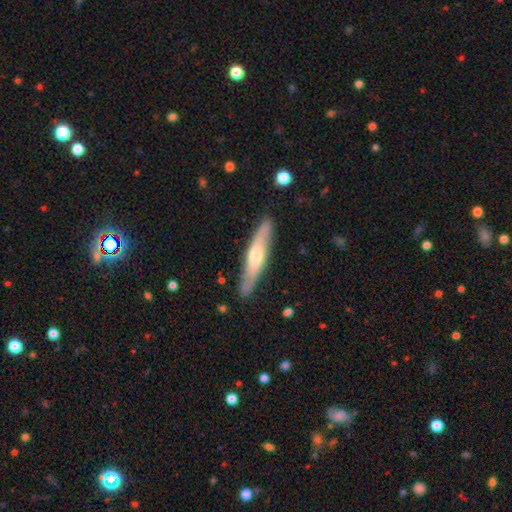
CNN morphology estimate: smooth_or_featured: featured or disk (p=0.52) [alt: smooth p=0.43]
disk_edge_on: yes (p=0.76) [alt: no p=0.24]
merging: none (p=0.86) [alt: minor disturbance p=0.11]